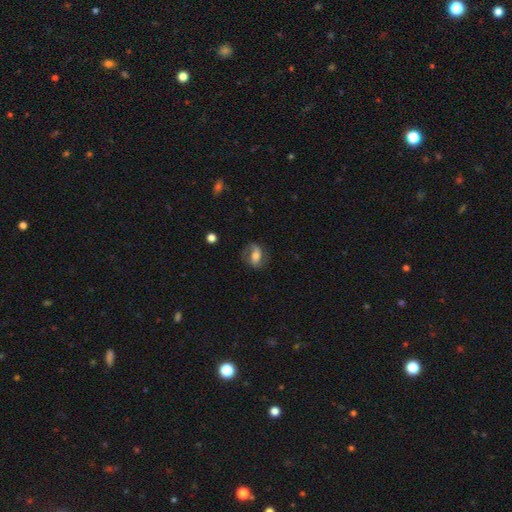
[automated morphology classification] smooth-or-featured: featured or disk: 54% | smooth: 38% | star or artifact: 8%
  disk-edge-on: no: 94% | yes: 6%
    bar: weak: 36% | strong: 34% | no: 31%
    has-spiral-arms: yes: 79% | no: 21%
    bulge-size: moderate: 59% | small: 22% | large: 14% | none: 3% | dominant: 2%
  merging: none: 69% | minor disturbance: 19% | major disturbance: 11% | merger: 1%